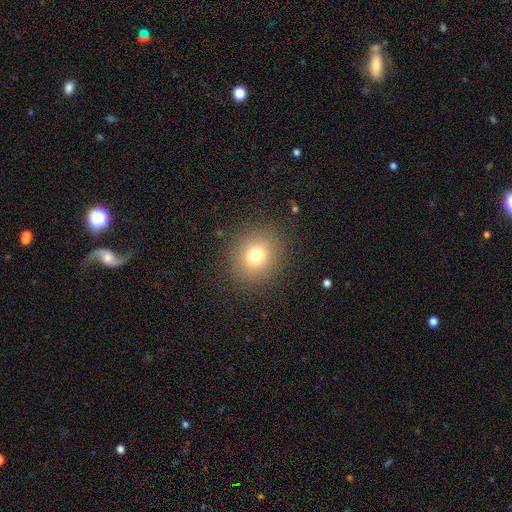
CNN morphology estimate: This is likely a smooth galaxy (75%). How rounded: clearly round (82%). Merging: clearly none (88%).